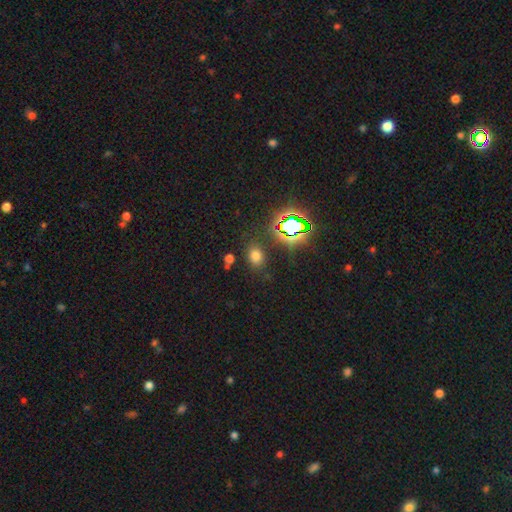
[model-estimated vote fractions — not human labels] A smooth galaxy with no disk features (65%) that is in between round and cigar-shaped (64%). Merging: none (82%).